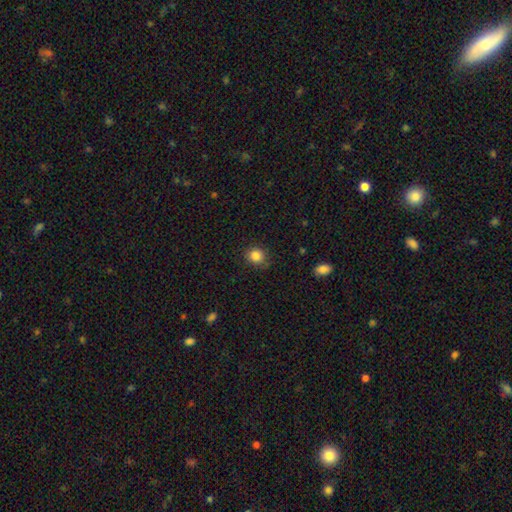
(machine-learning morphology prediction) This is clearly a smooth galaxy (85%). How rounded: clearly round (80%). Merging: likely none (80%).